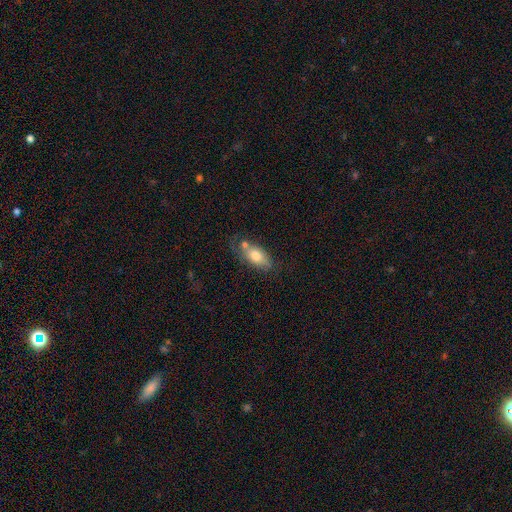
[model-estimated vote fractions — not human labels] This is likely a smooth galaxy (74%). How rounded: clearly in between (87%). Merging: possibly none (47%).